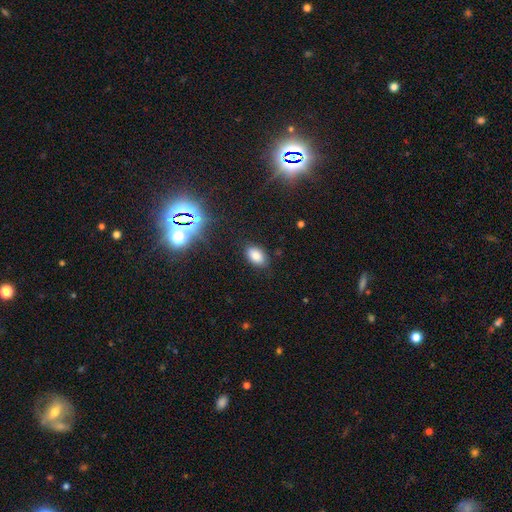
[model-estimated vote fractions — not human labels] The model was most divided on "smooth or featured": smooth: 78%, star or artifact: 14%, featured or disk: 8%. More confident: how rounded — in between (90%); merging — none (84%).